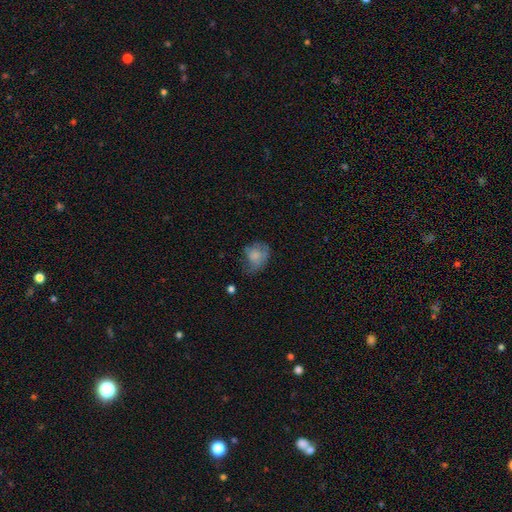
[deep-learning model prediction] Morphology: type=smooth (70%); roundness=round (52%); merging=none (41%).